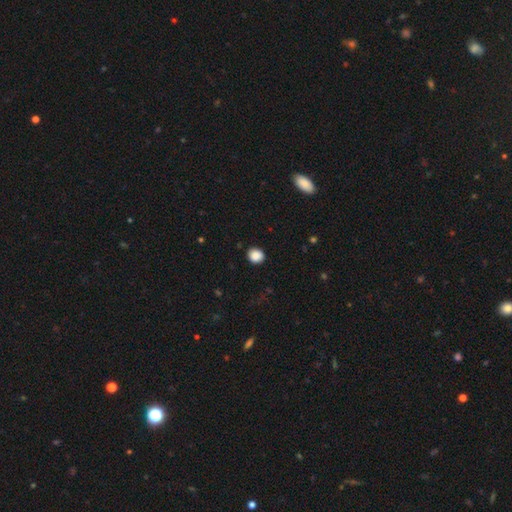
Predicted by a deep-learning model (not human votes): smooth_or_featured: smooth (p=0.88) [alt: star or artifact p=0.09]
how_rounded: round (p=0.80) [alt: in between p=0.19]
merging: none (p=0.90) [alt: minor disturbance p=0.07]